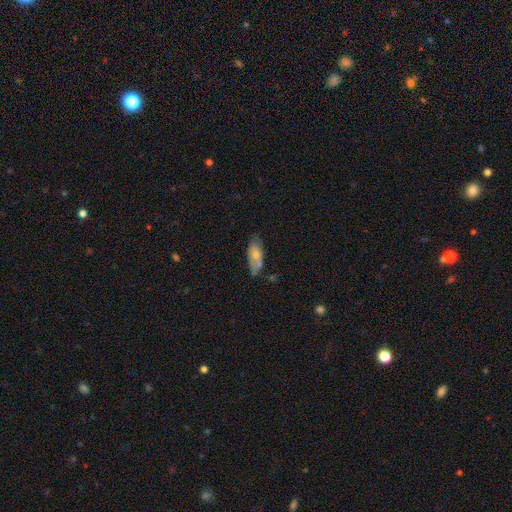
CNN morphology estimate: Smooth or featured: smooth — 61% (featured or disk — 32%)
How rounded: in between — 80% (cigar-shaped — 17%)
Merging: none — 54% (minor disturbance — 27%)